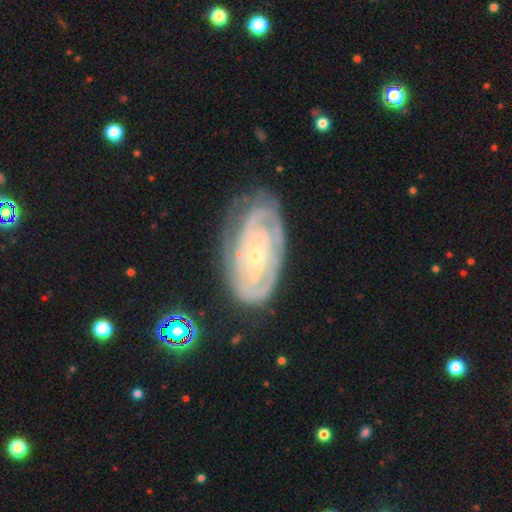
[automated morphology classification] smooth_or_featured: featured or disk (p=0.84) [alt: smooth p=0.10]
disk_edge_on: no (p=0.95) [alt: yes p=0.05]
bar: no (p=0.66) [alt: weak p=0.25]
has_spiral_arms: yes (p=0.94) [alt: no p=0.06]
spiral_winding: tight (p=0.76) [alt: medium p=0.20]
spiral_arm_count: can't tell (p=0.38) [alt: 2 p=0.27]
bulge_size: small (p=0.79) [alt: moderate p=0.17]
merging: none (p=0.68) [alt: minor disturbance p=0.21]